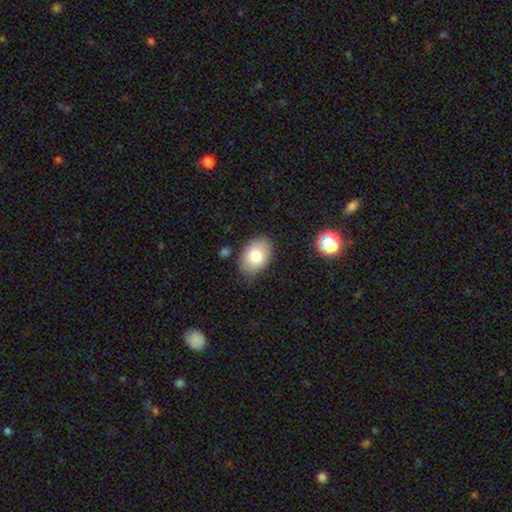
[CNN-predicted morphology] Smooth or featured?
  - smooth: 77% *
  - featured or disk: 14%
  - star or artifact: 8%
How rounded?
  - in between: 82% *
  - round: 17%
  - cigar-shaped: 1%
Merging?
  - none: 77% *
  - minor disturbance: 17%
  - major disturbance: 4%
  - merger: 2%